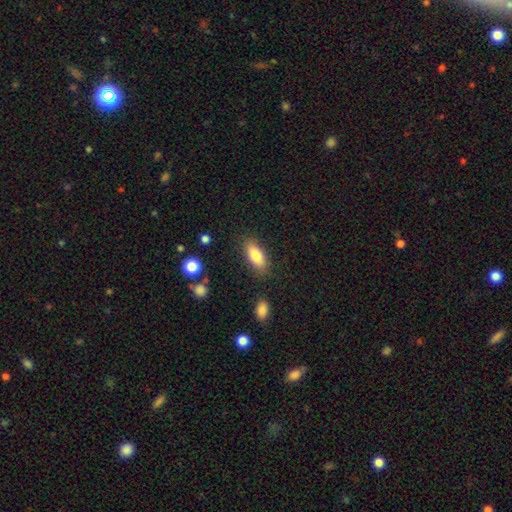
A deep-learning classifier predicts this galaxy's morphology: A smooth galaxy with no disk features (81%) that is in between round and cigar-shaped (81%).

Vote fractions:
- Smooth or featured? smooth: 81% / featured or disk: 12% / star or artifact: 7%
- How rounded? in between: 81% / cigar-shaped: 16% / round: 3%
- Merging? none: 83% / minor disturbance: 12% / major disturbance: 3% / merger: 2%